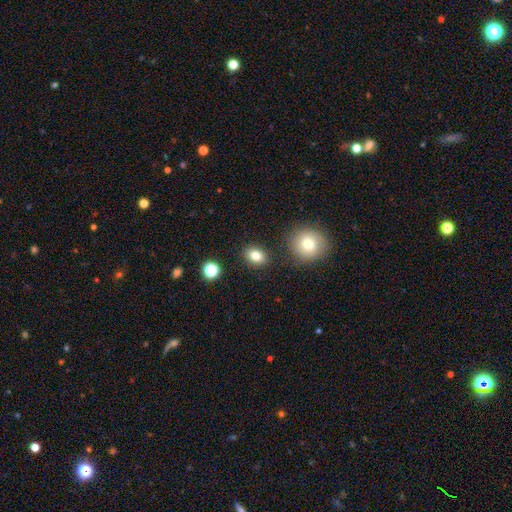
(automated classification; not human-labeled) Smooth or featured?
  - smooth: 81% *
  - star or artifact: 11%
  - featured or disk: 8%
How rounded?
  - in between: 60% *
  - round: 39%
  - cigar-shaped: 1%
Merging?
  - none: 85% *
  - minor disturbance: 8%
  - merger: 4%
  - major disturbance: 3%